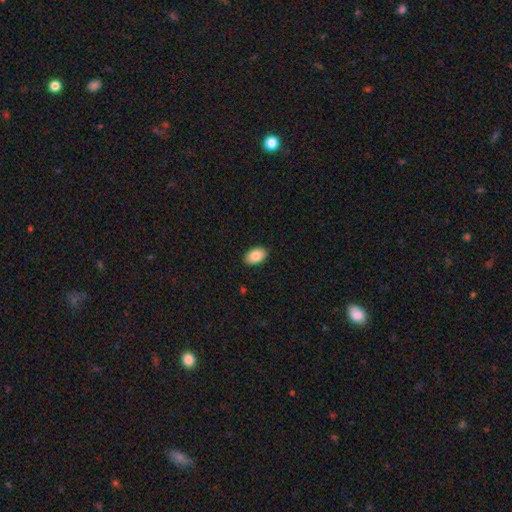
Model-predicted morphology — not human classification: This is clearly a smooth galaxy (87%). How rounded: clearly in between (92%). Merging: clearly none (89%).